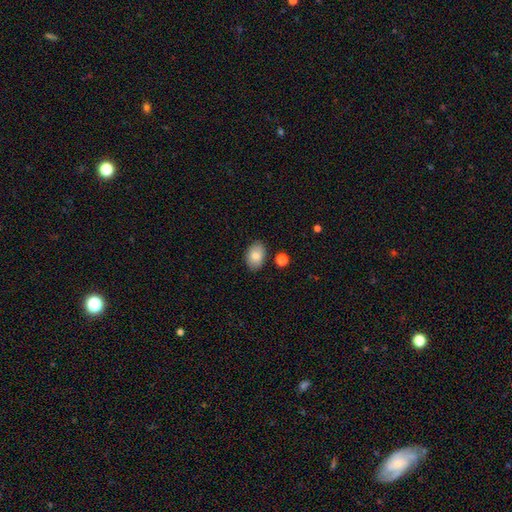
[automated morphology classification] Smooth or featured: smooth — 83% (featured or disk — 10%)
How rounded: in between — 87% (round — 12%)
Merging: none — 84% (minor disturbance — 11%)